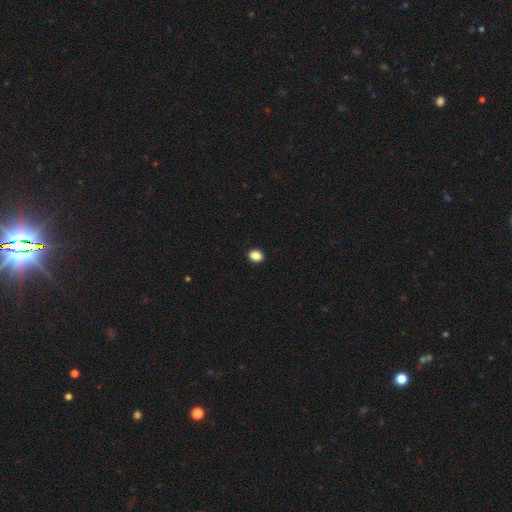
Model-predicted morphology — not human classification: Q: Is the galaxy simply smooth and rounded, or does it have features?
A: smooth — 87%.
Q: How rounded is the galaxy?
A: in between — 54%.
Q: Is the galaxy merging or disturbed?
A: none — 92%.